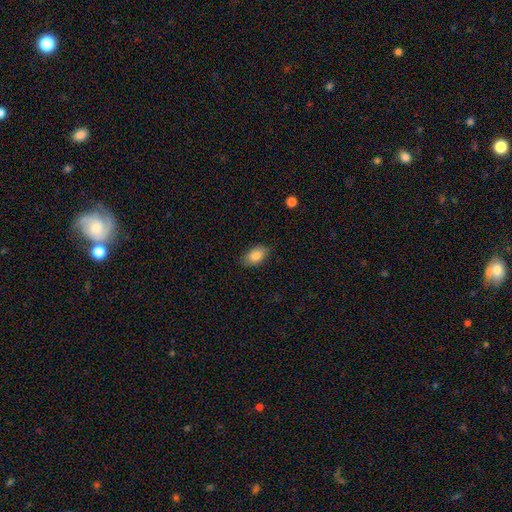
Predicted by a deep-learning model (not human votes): A smooth galaxy with no disk features (86%) that is in between round and cigar-shaped (91%). Merging: none (82%).